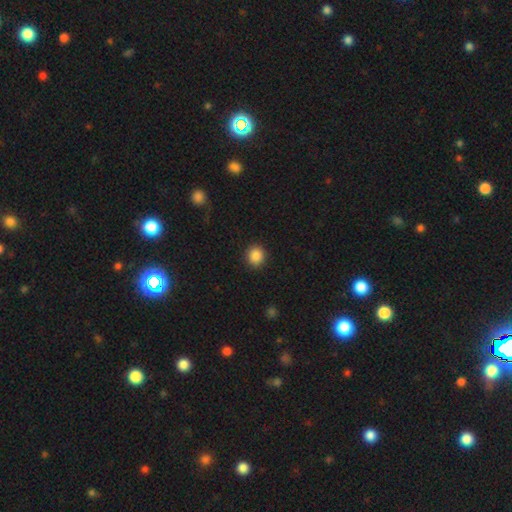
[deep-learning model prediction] Q: Smooth or featured?
A: smooth (86%); runner-up: star or artifact (10%)
Q: How rounded?
A: round (86%); runner-up: in between (13%)
Q: Merging?
A: none (91%); runner-up: minor disturbance (6%)